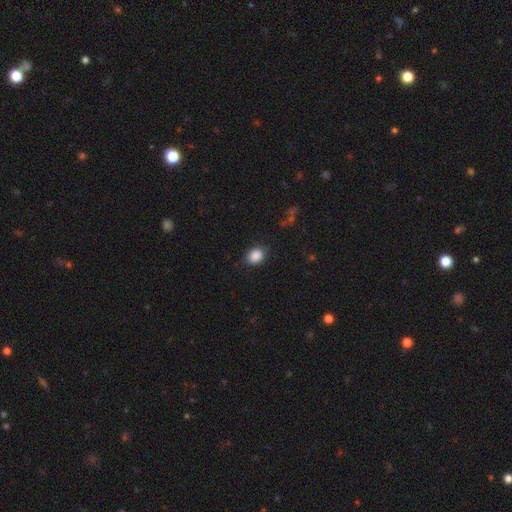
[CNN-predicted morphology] A smooth galaxy with no disk features (88%) that is round (56%).

Vote fractions:
- Smooth or featured? smooth: 88% / star or artifact: 9% / featured or disk: 3%
- How rounded? round: 56% / in between: 43% / cigar-shaped: 1%
- Merging? none: 82% / minor disturbance: 13% / major disturbance: 3% / merger: 1%